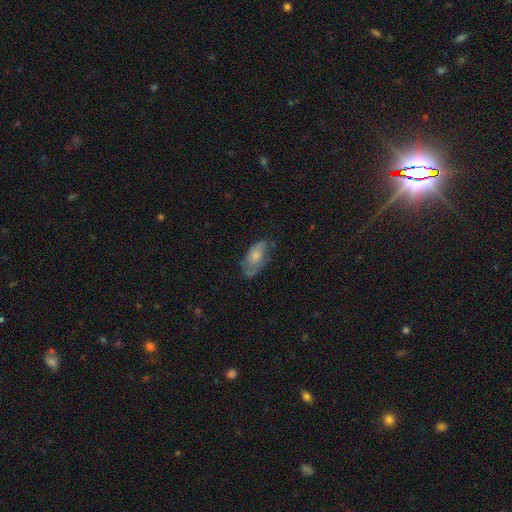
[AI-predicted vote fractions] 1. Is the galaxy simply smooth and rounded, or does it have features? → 47% featured or disk, 45% smooth, 7% star or artifact.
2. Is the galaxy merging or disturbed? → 58% none, 28% minor disturbance, 12% major disturbance, 2% merger.